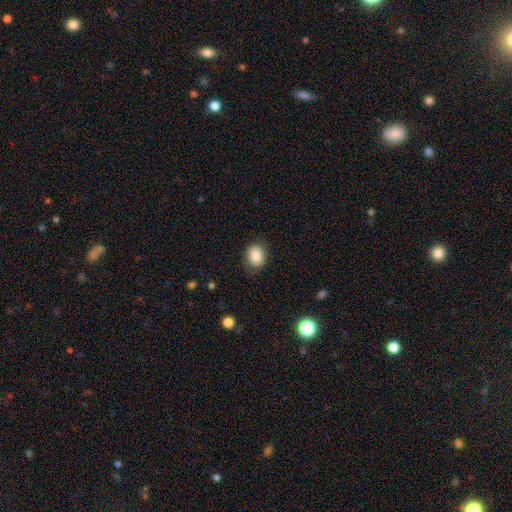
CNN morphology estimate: Smooth or featured? smooth (84%)
How rounded? round (55%)
Merging? none (82%)